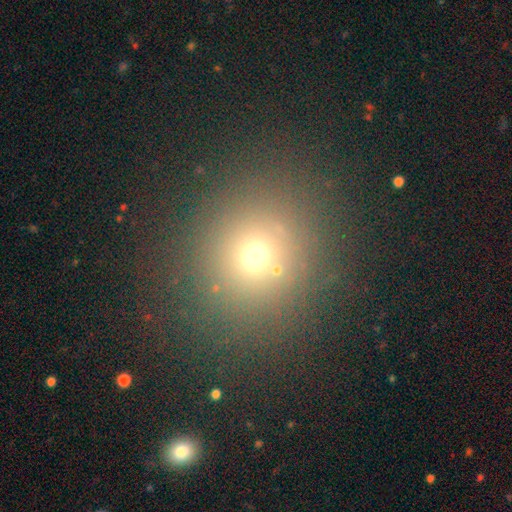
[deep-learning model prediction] smooth-or-featured: smooth: 65% | star or artifact: 25% | featured or disk: 10%
  how-rounded: round: 87% | in between: 12% | cigar-shaped: 1%
  merging: none: 82% | minor disturbance: 8% | merger: 5% | major disturbance: 5%